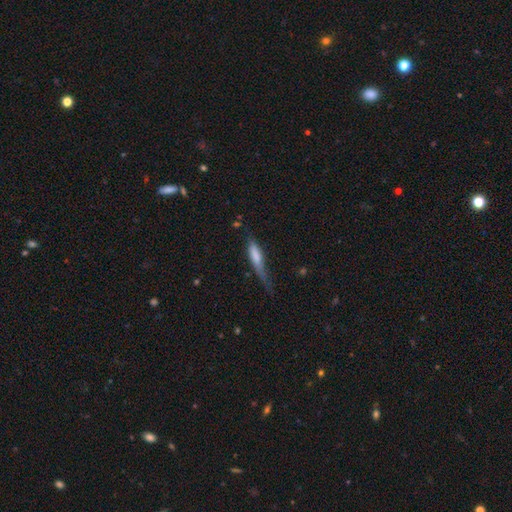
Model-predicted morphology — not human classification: Smooth or featured? smooth (67%)
How rounded? cigar-shaped (72%)
Merging? minor disturbance (36%, tied with none)